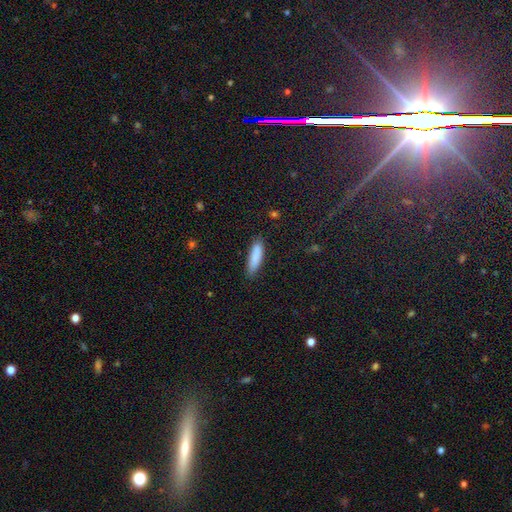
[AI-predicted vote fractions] Smooth or featured: smooth — 87% (featured or disk — 7%)
How rounded: cigar-shaped — 67% (in between — 31%)
Merging: none — 82% (minor disturbance — 14%)